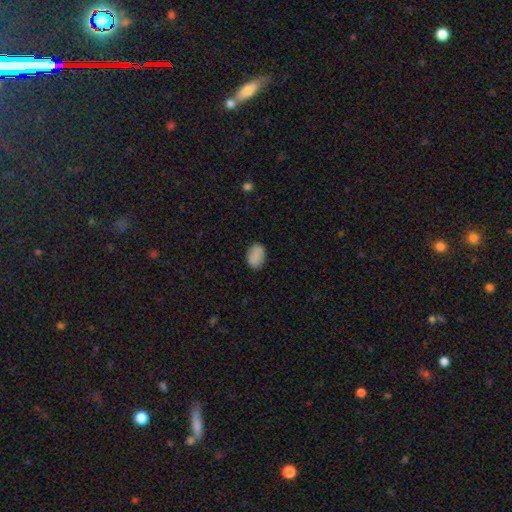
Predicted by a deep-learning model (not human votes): Morphology: type=smooth (86%); roundness=in between (86%); merging=none (81%).